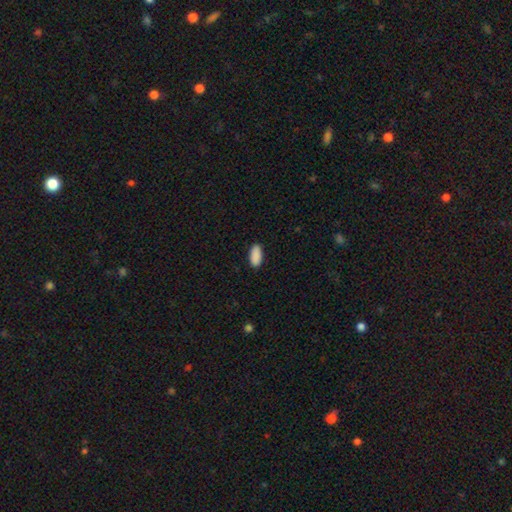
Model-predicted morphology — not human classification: Smooth or featured? Predicted: smooth (p=0.90). How rounded? Predicted: in between (p=0.88). Merging? Predicted: none (p=0.88).